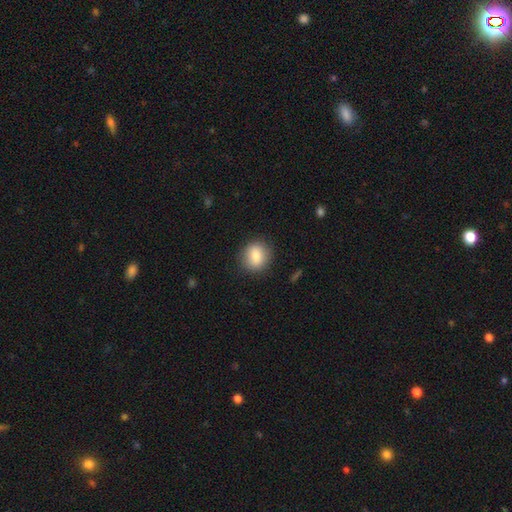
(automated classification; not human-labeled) Smooth or featured? Predicted: smooth (p=0.81). How rounded? Predicted: round (p=0.79). Merging? Predicted: none (p=0.87).